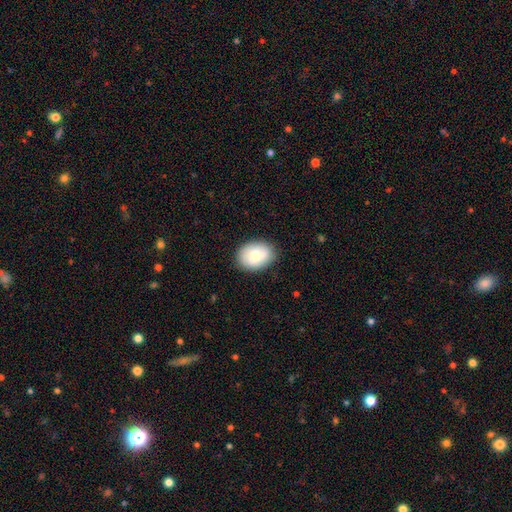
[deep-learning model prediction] Morphology: type=smooth (72%); roundness=in between (69%); merging=none (84%).